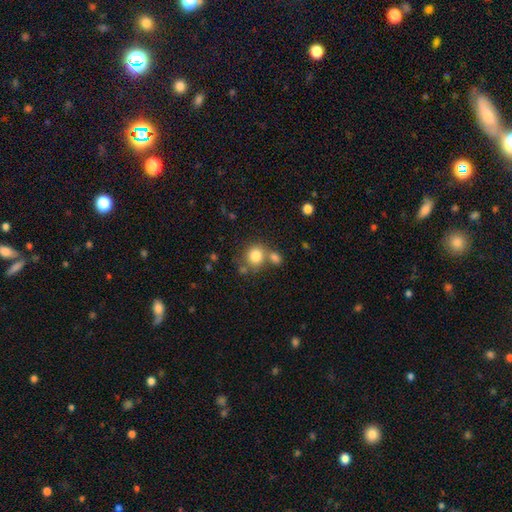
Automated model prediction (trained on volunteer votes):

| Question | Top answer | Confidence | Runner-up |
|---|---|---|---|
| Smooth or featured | smooth | 81% | star or artifact (10%) |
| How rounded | round | 80% | in between (19%) |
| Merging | none | 55% | merger (30%) |